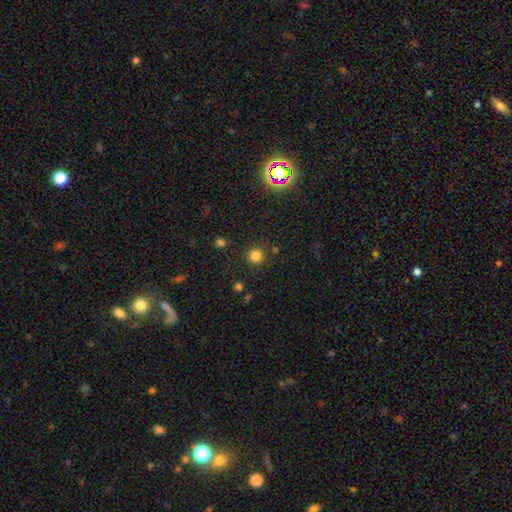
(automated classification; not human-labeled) Overall: smooth (81%). How rounded: round (95%). Merging: none (88%).